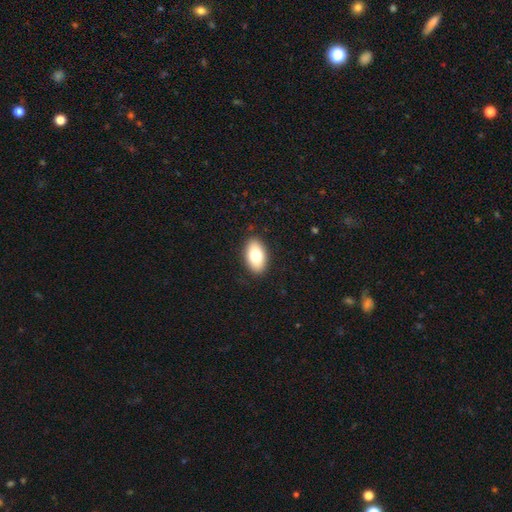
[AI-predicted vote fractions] Morphology: type=smooth (77%); roundness=in between (93%); merging=none (89%).